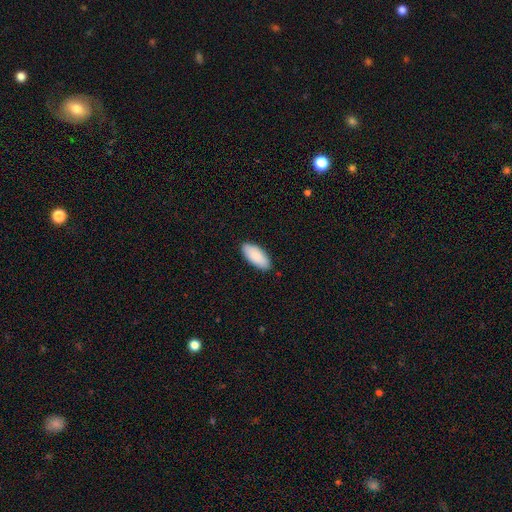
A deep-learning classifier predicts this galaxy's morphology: A smooth galaxy with no disk features (90%) that is in between round and cigar-shaped (88%).

Vote fractions:
- Smooth or featured? smooth: 90% / star or artifact: 5% / featured or disk: 5%
- How rounded? in between: 88% / cigar-shaped: 11% / round: 2%
- Merging? none: 89% / minor disturbance: 8% / major disturbance: 2% / merger: 1%